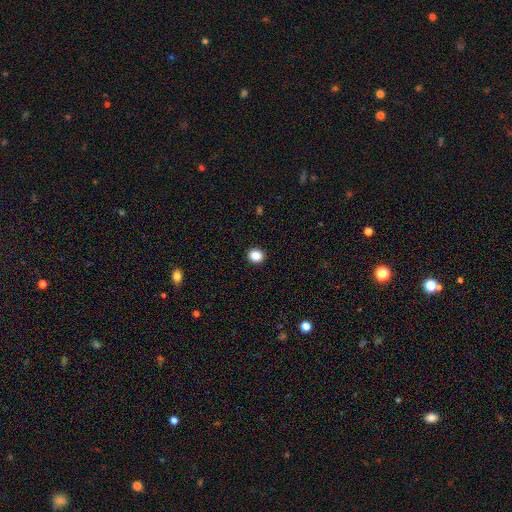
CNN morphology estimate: Q: Smooth or featured?
A: smooth (86%); runner-up: star or artifact (10%)
Q: How rounded?
A: round (77%); runner-up: in between (22%)
Q: Merging?
A: none (92%); runner-up: minor disturbance (5%)